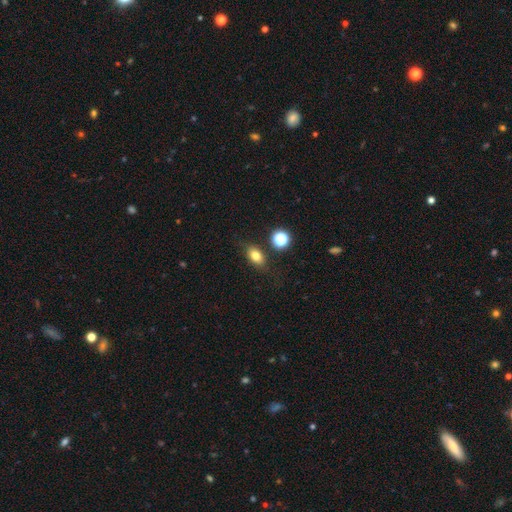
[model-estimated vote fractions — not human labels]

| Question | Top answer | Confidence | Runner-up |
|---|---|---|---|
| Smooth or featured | smooth | 77% | star or artifact (12%) |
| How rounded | in between | 77% | round (19%) |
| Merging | none | 78% | minor disturbance (13%) |